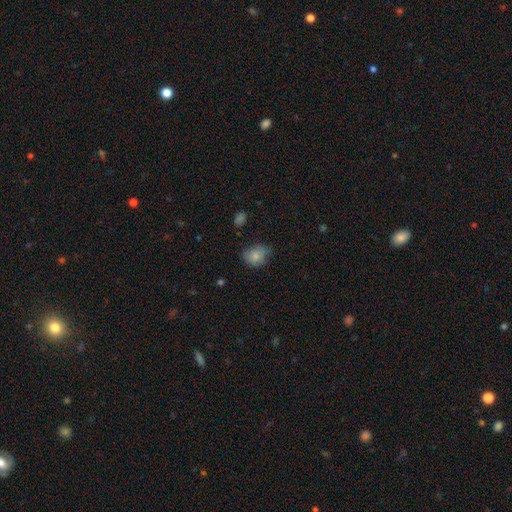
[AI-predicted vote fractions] Smooth or featured? Predicted: smooth (p=0.79). How rounded? Predicted: round (p=0.56). Merging? Predicted: none (p=0.61).